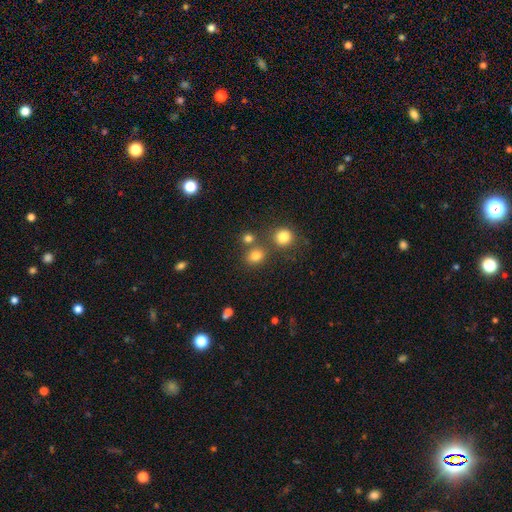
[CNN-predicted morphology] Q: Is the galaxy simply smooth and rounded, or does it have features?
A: smooth — 78%.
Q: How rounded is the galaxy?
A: round — 67%.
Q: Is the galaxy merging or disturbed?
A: none — 69%.